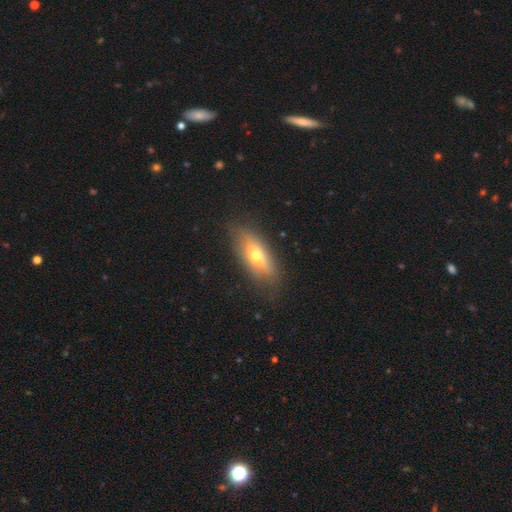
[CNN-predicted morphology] Smooth or featured? Predicted: smooth (p=0.59). How rounded? Predicted: in between (p=0.71). Merging? Predicted: none (p=0.78).